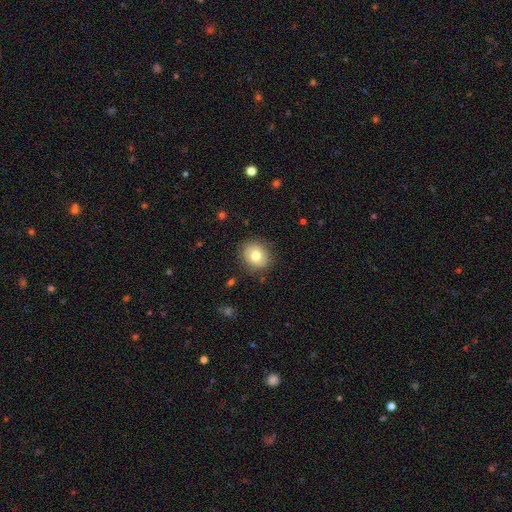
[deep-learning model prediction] Smooth or featured? Predicted: smooth (p=0.74). How rounded? Predicted: round (p=0.67). Merging? Predicted: none (p=0.85).